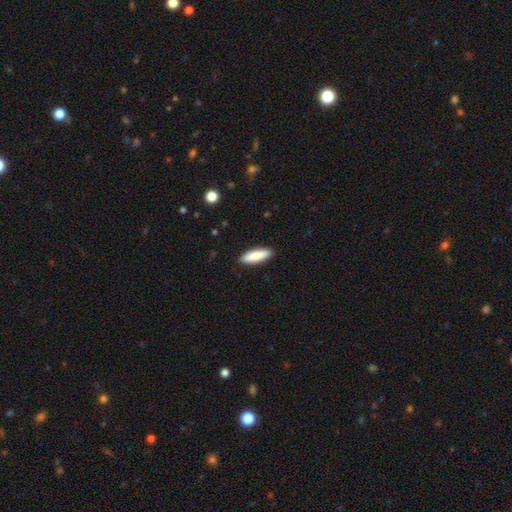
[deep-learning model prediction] Overall: smooth (86%). How rounded: cigar-shaped (59%; in between 40%). Merging: none (90%).